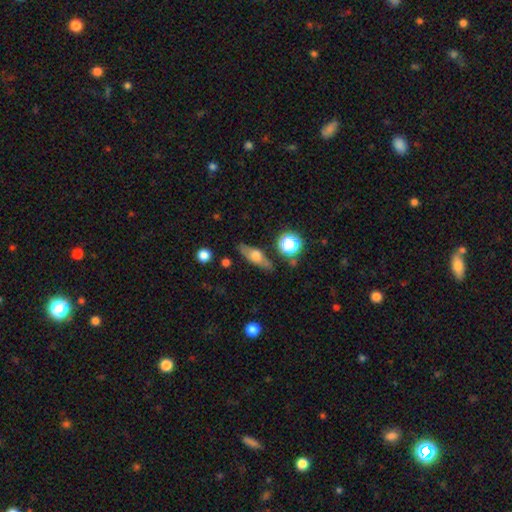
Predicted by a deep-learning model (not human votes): smooth-or-featured: smooth: 54% | featured or disk: 37% | star or artifact: 10%
  how-rounded: in between: 49% | cigar-shaped: 42% | round: 9%
  merging: none: 75% | minor disturbance: 16% | major disturbance: 5% | merger: 4%